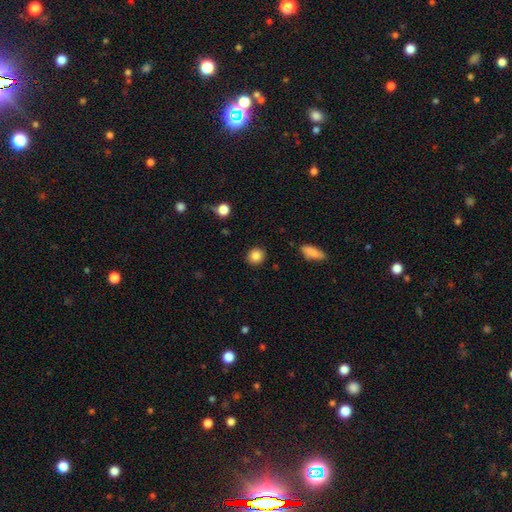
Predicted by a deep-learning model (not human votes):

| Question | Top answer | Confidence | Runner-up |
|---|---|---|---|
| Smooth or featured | smooth | 85% | star or artifact (9%) |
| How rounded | round | 78% | in between (20%) |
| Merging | none | 89% | minor disturbance (7%) |